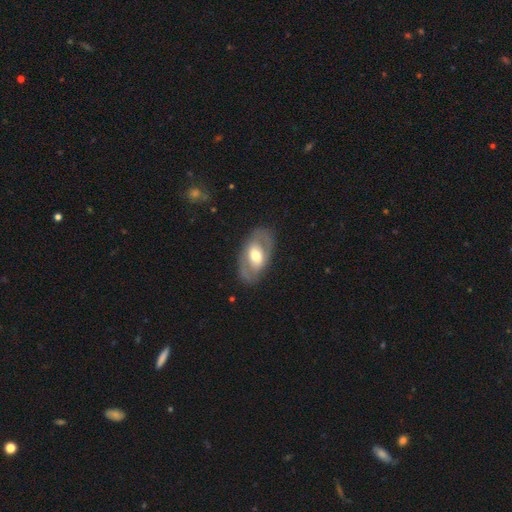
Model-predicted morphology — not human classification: A featured or disk galaxy (58%) with no bar (43%), no spiral arms (59%) and a moderate central bulge (64%).

Vote fractions:
- Smooth or featured? featured or disk: 58% / smooth: 36% / star or artifact: 5%
- Edge-on disk? no: 90% / yes: 10%
- Bar? no: 43% / weak: 34% / strong: 23%
- Spiral arms? no: 59% / yes: 41%
- Bulge size? moderate: 64% / large: 22% / small: 12% / dominant: 2% / none: 1%
- Merging? none: 80% / minor disturbance: 13% / major disturbance: 6% / merger: 1%